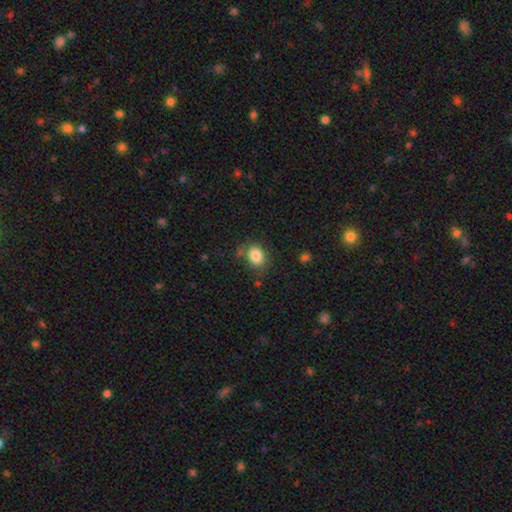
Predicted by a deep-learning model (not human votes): Morphology: type=smooth (84%); roundness=round (51%); merging=none (74%).